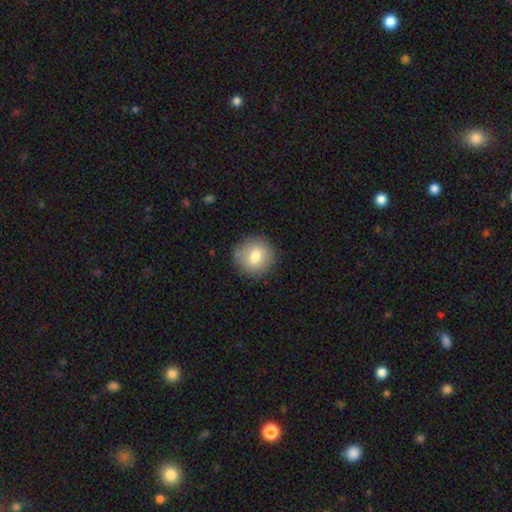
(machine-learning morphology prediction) Smooth or featured? Predicted: smooth (p=0.76). How rounded? Predicted: round (p=0.90). Merging? Predicted: none (p=0.85).